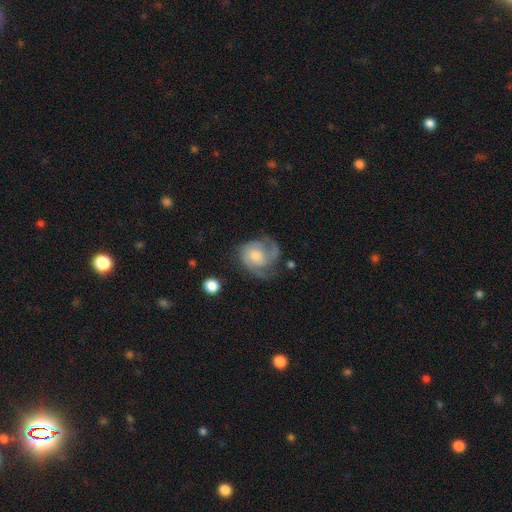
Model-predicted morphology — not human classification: Overall: featured or disk (73%). Edge-on disk: no (98%). Bar: no (72%). Spiral arms: yes (92%). Spiral arm count: 2 (46%; can't tell 17%). Spiral winding: tight (44%; medium 41%). Bulge size: moderate (45%; large 24%). Merging: none (53%; minor disturbance 24%).